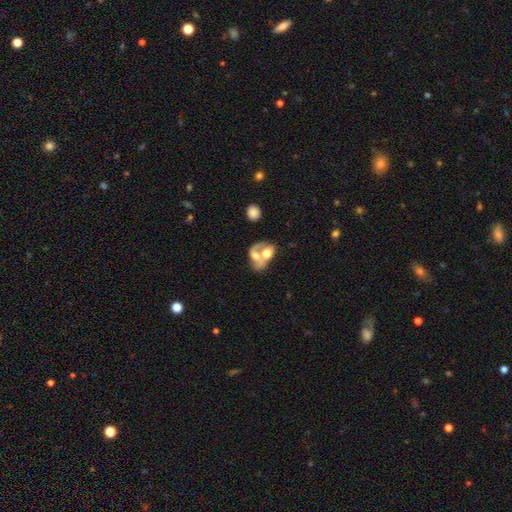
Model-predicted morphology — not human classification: This is possibly a featured or disk galaxy (53%). It is clearly not viewed edge-on (97%). Bar: likely no (73%). Spiral arm pattern: possibly yes (55%). Central bulge: possibly moderate (48%). Merging: likely merger (69%).